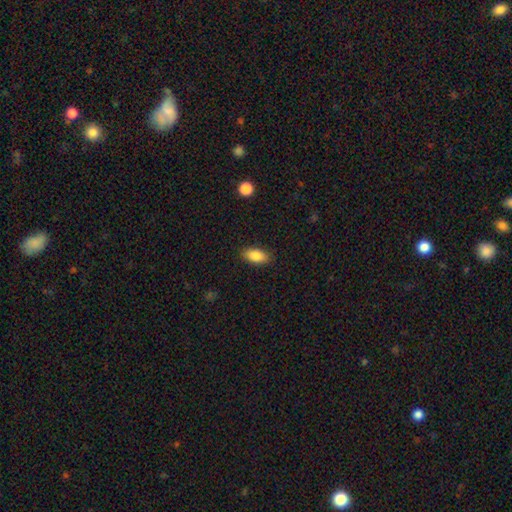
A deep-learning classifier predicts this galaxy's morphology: This is clearly a smooth galaxy (86%). How rounded: clearly in between (90%). Merging: clearly none (88%).